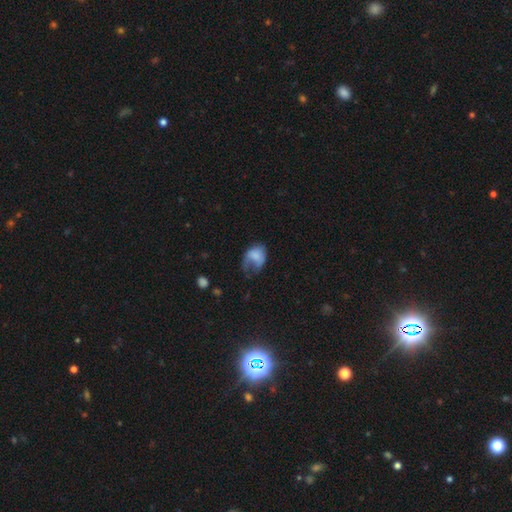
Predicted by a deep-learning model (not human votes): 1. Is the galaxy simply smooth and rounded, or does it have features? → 65% smooth, 27% featured or disk, 9% star or artifact.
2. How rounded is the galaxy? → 73% in between, 26% round, 1% cigar-shaped.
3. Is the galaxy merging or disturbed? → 49% major disturbance, 28% minor disturbance, 20% none, 3% merger.